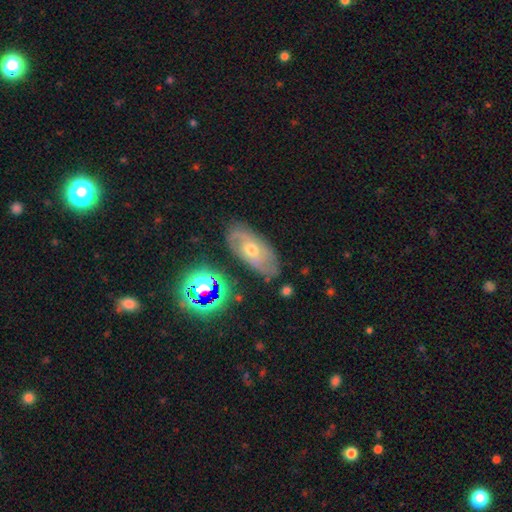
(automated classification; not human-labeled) Morphology: type=featured or disk (43%); merging=none (77%).